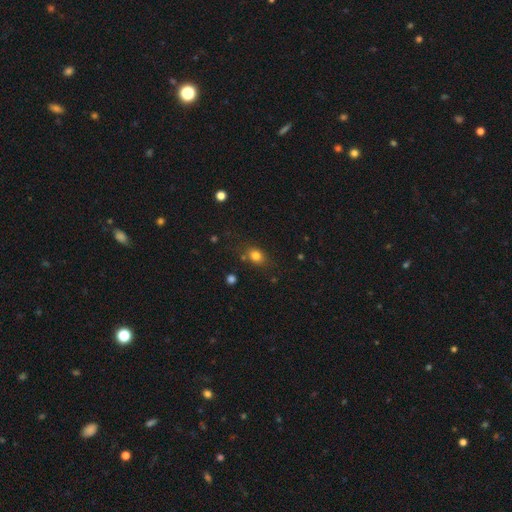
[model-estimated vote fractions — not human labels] Morphology: type=smooth (80%); roundness=in between (50%); merging=none (73%).